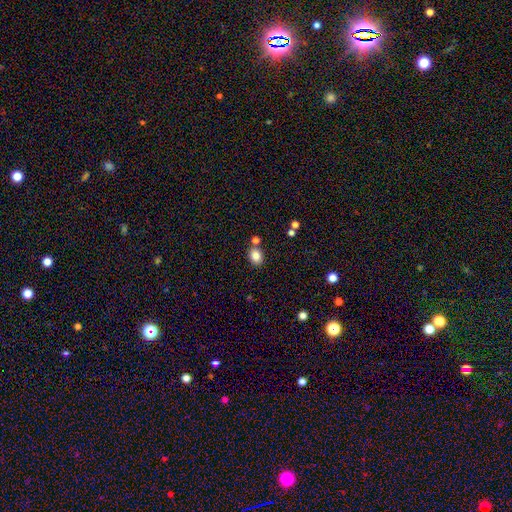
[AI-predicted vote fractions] Smooth or featured?
  - smooth: 83% *
  - star or artifact: 11%
  - featured or disk: 6%
How rounded?
  - in between: 53% *
  - round: 46%
  - cigar-shaped: 1%
Merging?
  - none: 74% *
  - merger: 13%
  - minor disturbance: 10%
  - major disturbance: 3%